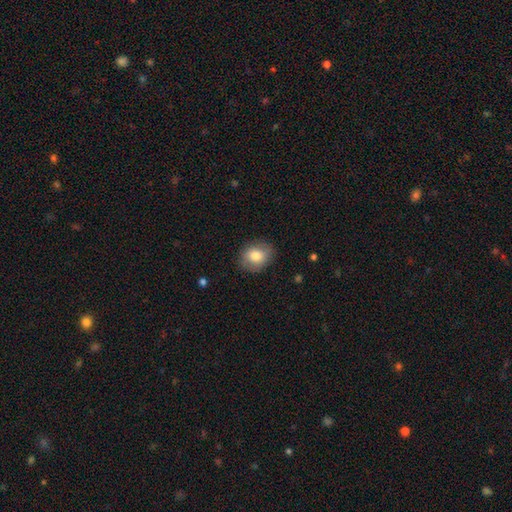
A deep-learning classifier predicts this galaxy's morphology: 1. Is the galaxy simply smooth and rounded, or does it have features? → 80% smooth, 12% featured or disk, 8% star or artifact.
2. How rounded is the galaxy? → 50% round, 49% in between, 1% cigar-shaped.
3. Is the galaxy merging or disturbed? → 84% none, 12% minor disturbance, 3% major disturbance, 1% merger.